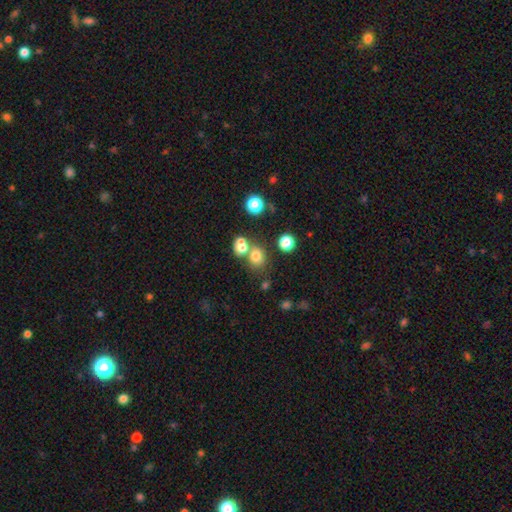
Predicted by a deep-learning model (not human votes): smooth-or-featured: smooth: 73% | star or artifact: 16% | featured or disk: 11%
  how-rounded: round: 68% | in between: 32% | cigar-shaped: 1%
  merging: none: 51% | merger: 36% | minor disturbance: 9% | major disturbance: 4%